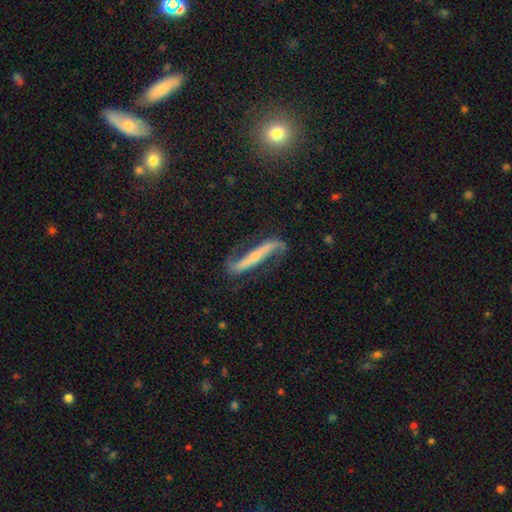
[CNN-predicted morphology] featured or disk 83%, smooth 11%, star or artifact 6%. Down the decision tree: edge-on disk — no (66%); bar — strong (56%); spiral arms — yes (93%); spiral arm count — 2 (90%); spiral winding — loose (75%); bulge size — small (67%); merging — none (69%).